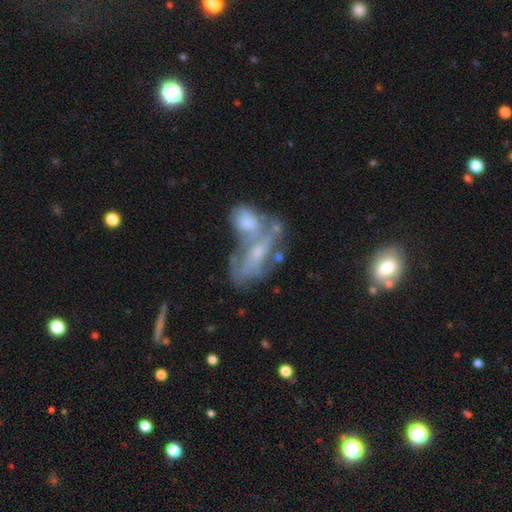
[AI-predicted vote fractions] smooth-or-featured: featured or disk: 63% | smooth: 27% | star or artifact: 10%
  disk-edge-on: no: 90% | yes: 10%
    bar: no: 64% | weak: 26% | strong: 10%
    has-spiral-arms: yes: 56% | no: 44%
    bulge-size: small: 53% | moderate: 30% | none: 13% | large: 3% | dominant: 2%
  merging: merger: 50% | none: 25% | major disturbance: 13% | minor disturbance: 13%